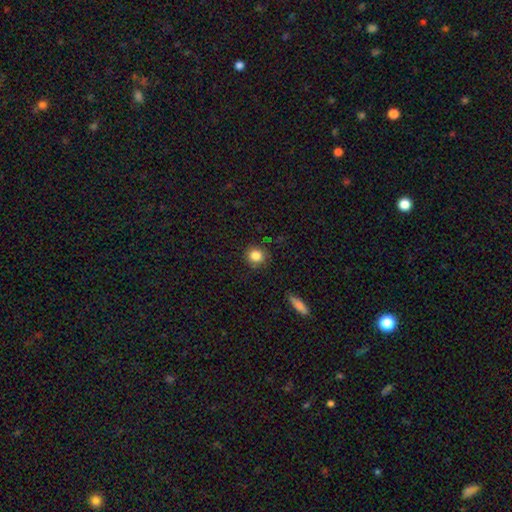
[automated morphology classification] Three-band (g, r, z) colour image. It shows a smooth galaxy with no disk features (84%) that is round (90%). Merging: none (86%).